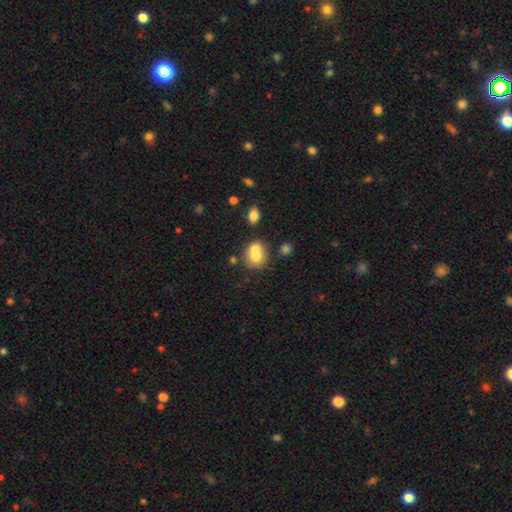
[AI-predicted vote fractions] A smooth galaxy with no disk features (70%) that is round (68%). Merging: merger (57%).